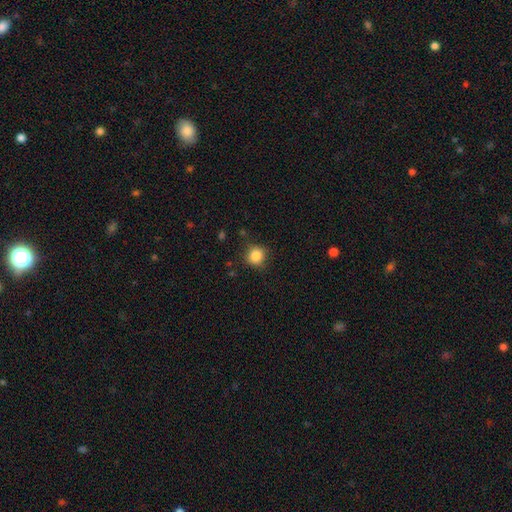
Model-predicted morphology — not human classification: Q: Smooth or featured?
A: smooth (85%); runner-up: star or artifact (11%)
Q: How rounded?
A: round (86%); runner-up: in between (13%)
Q: Merging?
A: none (83%); runner-up: minor disturbance (12%)